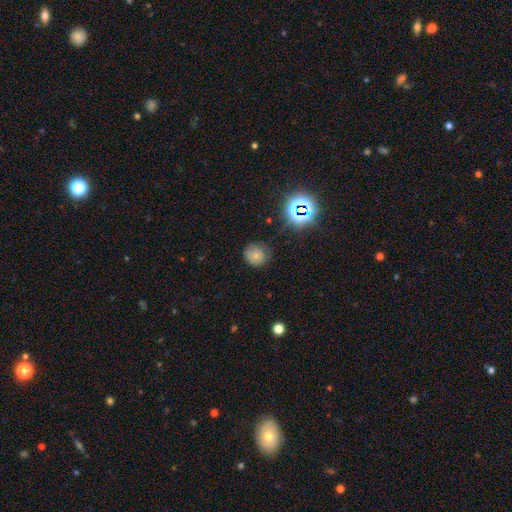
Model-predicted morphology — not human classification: smooth_or_featured: smooth (p=0.68) [alt: star or artifact p=0.19]
how_rounded: round (p=0.87) [alt: in between p=0.12]
merging: none (p=0.69) [alt: minor disturbance p=0.22]